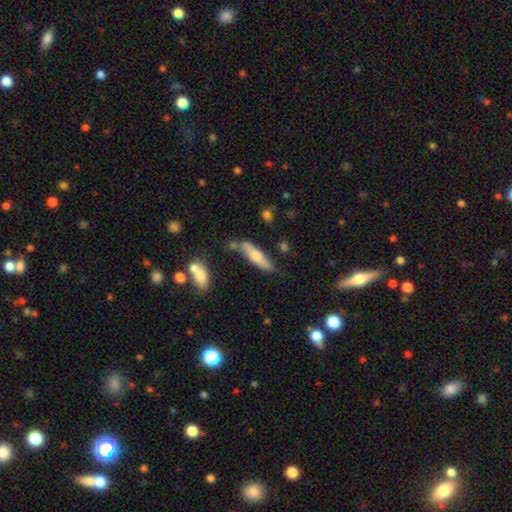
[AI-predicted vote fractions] The model was most divided on "smooth or featured": smooth: 55%, featured or disk: 39%, star or artifact: 6%. More confident: merging — none (68%); how rounded — cigar-shaped (68%).